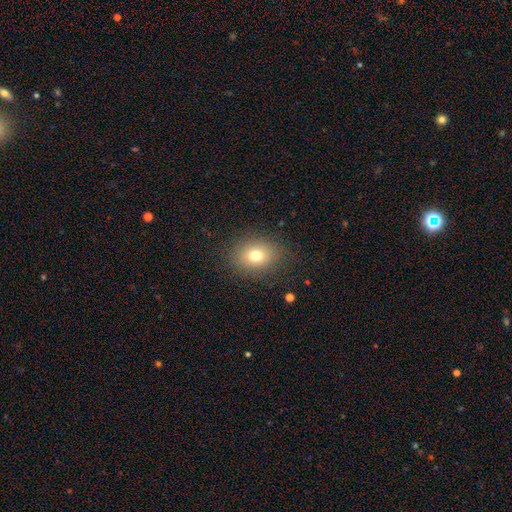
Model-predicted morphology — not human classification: smooth 75%, star or artifact 14%, featured or disk 12%. Down the decision tree: how rounded — round (54%); merging — none (85%).